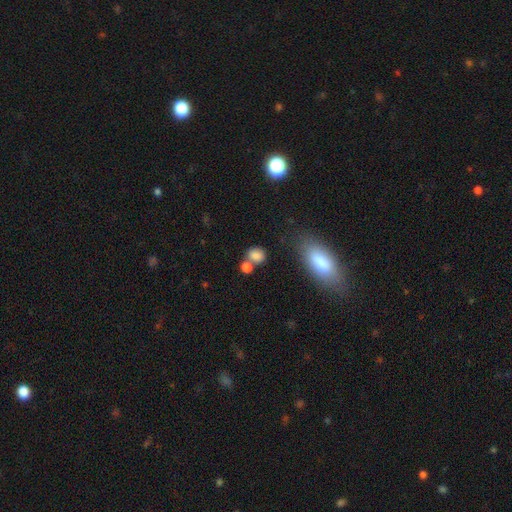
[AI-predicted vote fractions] Smooth or featured? smooth (82%)
How rounded? round (54%)
Merging? none (54%)